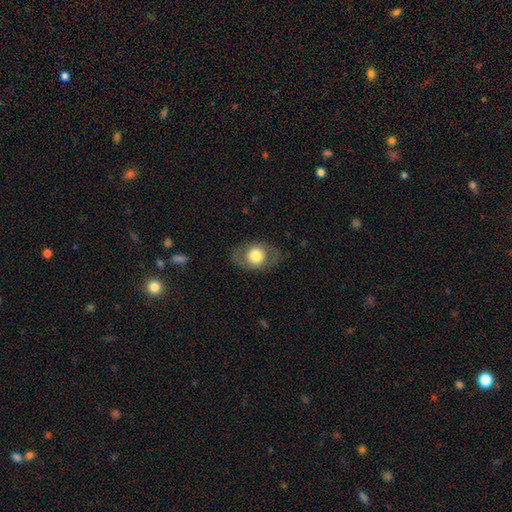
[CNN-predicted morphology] Smooth or featured?
  - smooth: 58% *
  - featured or disk: 35%
  - star or artifact: 7%
How rounded?
  - in between: 57% *
  - round: 41%
  - cigar-shaped: 1%
Merging?
  - none: 79% *
  - minor disturbance: 13%
  - major disturbance: 8%
  - merger: 1%